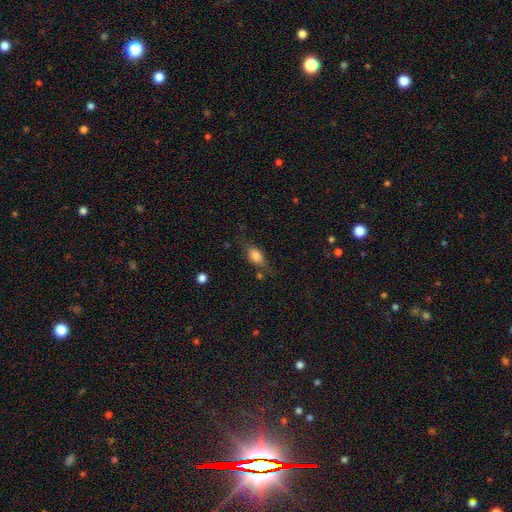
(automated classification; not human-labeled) The model was most divided on "merging": none: 62%, minor disturbance: 24%, major disturbance: 10%, merger: 4%. More confident: how rounded — in between (79%); smooth or featured — smooth (73%).